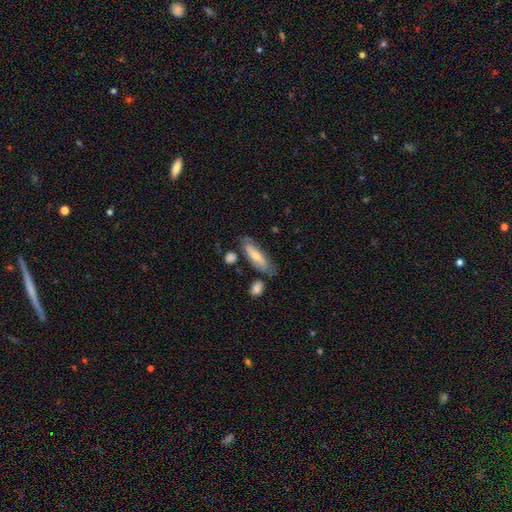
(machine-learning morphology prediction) Smooth or featured: featured or disk — 48% (smooth — 46%)
Merging: none — 67% (minor disturbance — 20%)